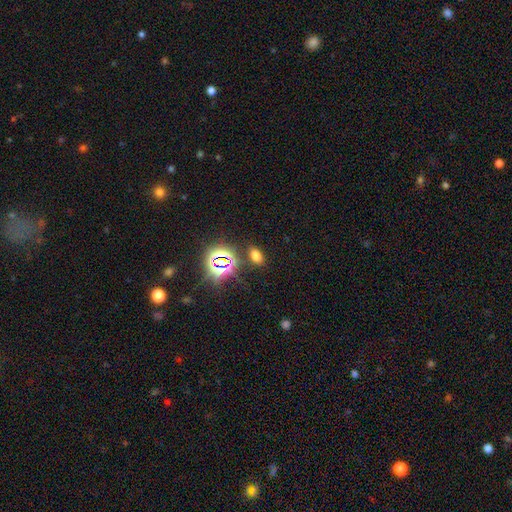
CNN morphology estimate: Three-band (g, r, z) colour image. It shows a smooth galaxy with no disk features (62%) that is in between round and cigar-shaped (84%). Merging: none (83%).